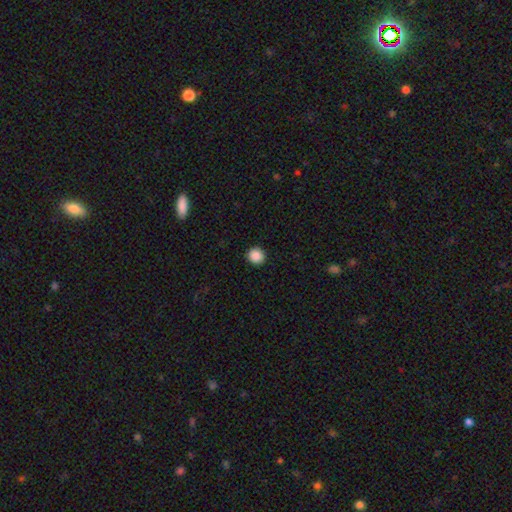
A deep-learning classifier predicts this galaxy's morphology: Overall: smooth (89%). How rounded: round (93%). Merging: none (93%).